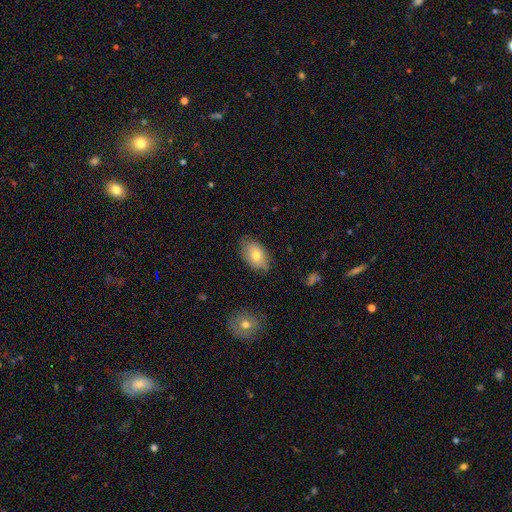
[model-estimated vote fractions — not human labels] smooth-or-featured: smooth: 77% | featured or disk: 16% | star or artifact: 7%
  how-rounded: in between: 92% | round: 6% | cigar-shaped: 2%
  merging: none: 80% | minor disturbance: 15% | major disturbance: 3% | merger: 1%